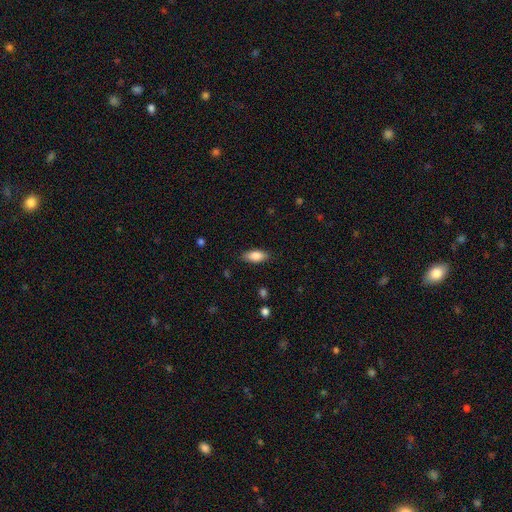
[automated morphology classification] A smooth galaxy with no disk features (84%) that is in between round and cigar-shaped (85%). Merging: none (85%).